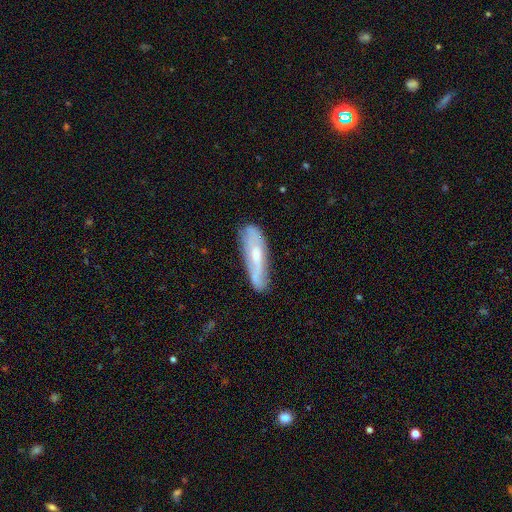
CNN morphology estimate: A featured or disk galaxy (54%). Merging: none (71%).